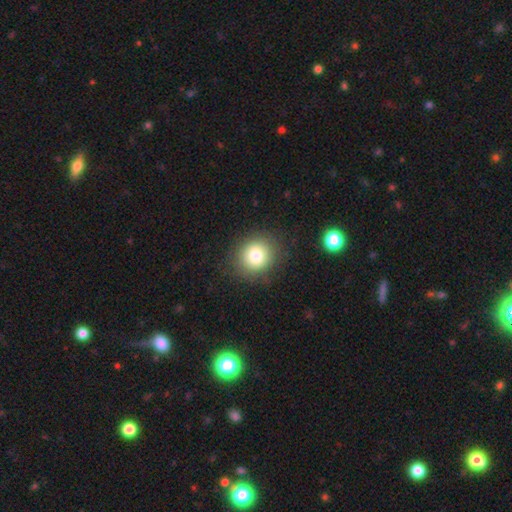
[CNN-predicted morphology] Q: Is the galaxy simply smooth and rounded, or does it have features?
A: smooth — 79%.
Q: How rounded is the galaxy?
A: round — 83%.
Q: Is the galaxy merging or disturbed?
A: none — 86%.